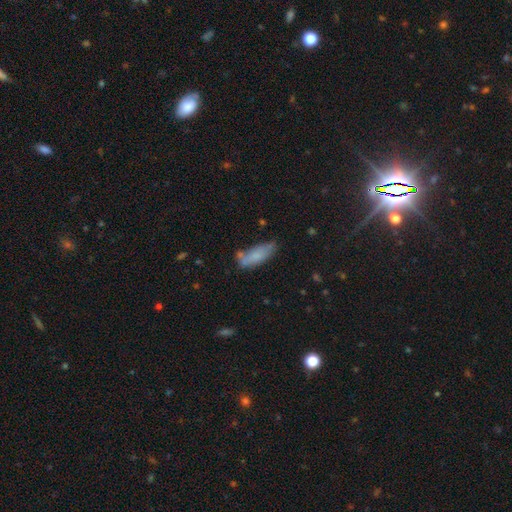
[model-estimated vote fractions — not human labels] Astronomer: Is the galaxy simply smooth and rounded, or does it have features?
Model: smooth — 76%.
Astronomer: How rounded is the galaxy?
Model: in between — 65%.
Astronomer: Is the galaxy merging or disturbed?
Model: none — 53% (runner-up: minor disturbance, 28%).